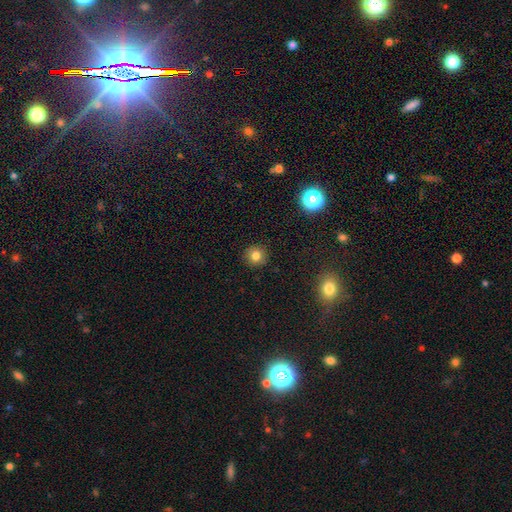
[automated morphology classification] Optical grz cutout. It shows a smooth galaxy with no disk features (80%) that is round (93%). Merging: none (92%).